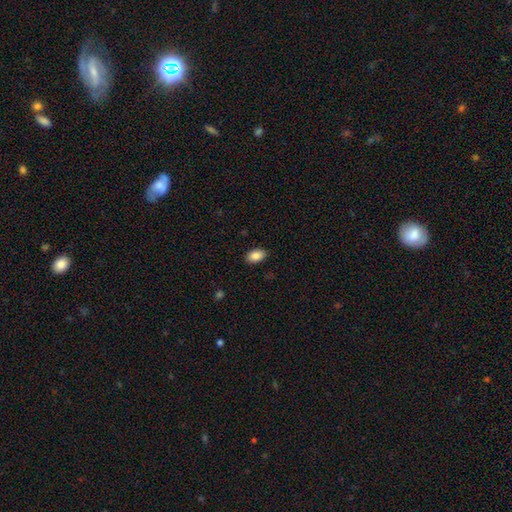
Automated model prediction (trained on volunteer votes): A smooth galaxy with no disk features (87%) that is in between round and cigar-shaped (92%).

Vote fractions:
- Smooth or featured? smooth: 87% / star or artifact: 7% / featured or disk: 5%
- How rounded? in between: 92% / round: 7% / cigar-shaped: 1%
- Merging? none: 88% / minor disturbance: 9% / major disturbance: 2% / merger: 1%